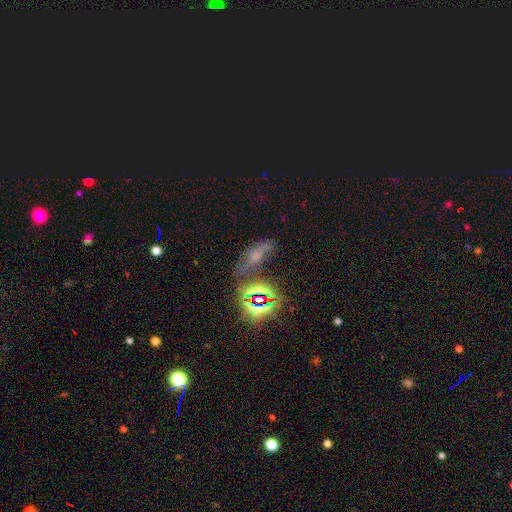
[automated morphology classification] star or artifact 41%, featured or disk 30%, smooth 29%.